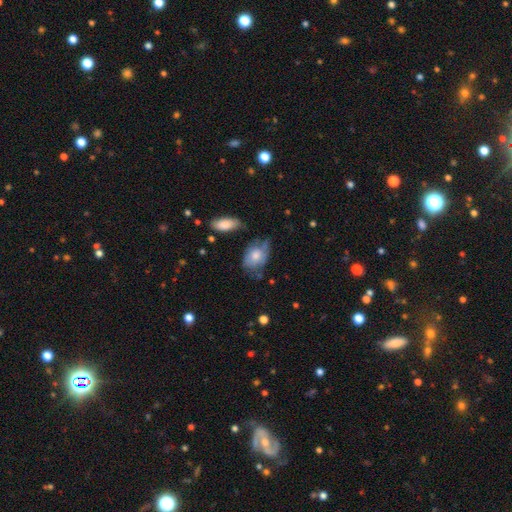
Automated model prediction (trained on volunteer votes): Morphology: type=smooth (66%); roundness=in between (77%); merging=none (39%).